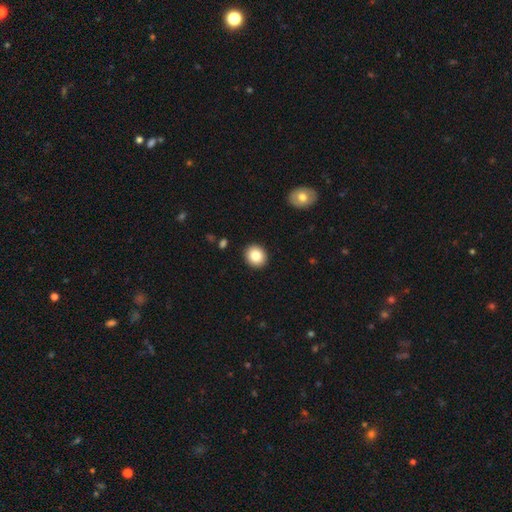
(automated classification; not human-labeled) Smooth or featured?
  - smooth: 84% *
  - star or artifact: 9%
  - featured or disk: 7%
How rounded?
  - round: 81% *
  - in between: 18%
  - cigar-shaped: 1%
Merging?
  - none: 92% *
  - minor disturbance: 5%
  - major disturbance: 2%
  - merger: 1%